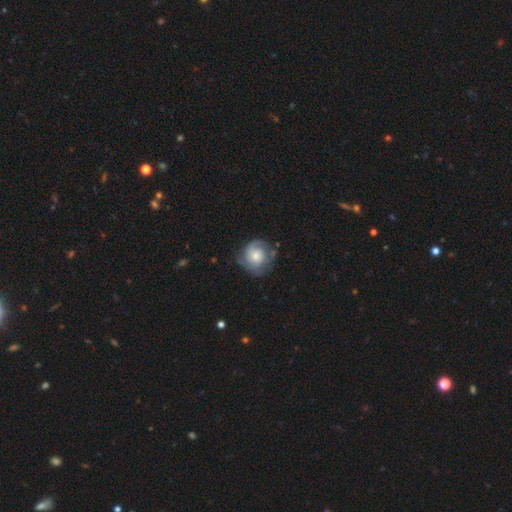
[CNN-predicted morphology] Q: Smooth or featured?
A: featured or disk (60%); runner-up: smooth (33%)
Q: Edge-on disk?
A: no (98%); runner-up: yes (2%)
Q: Bar?
A: no (77%); runner-up: weak (20%)
Q: Spiral arms?
A: yes (85%); runner-up: no (15%)
Q: Bulge size?
A: moderate (51%); runner-up: small (24%)
Q: Merging?
A: none (65%); runner-up: minor disturbance (22%)